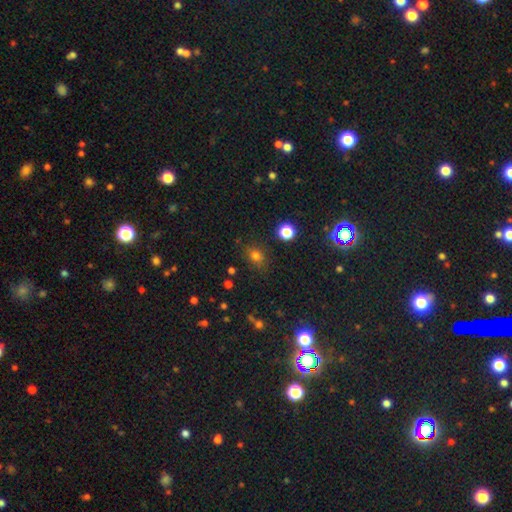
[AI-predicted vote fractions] Smooth or featured?
  - smooth: 74% *
  - star or artifact: 19%
  - featured or disk: 7%
How rounded?
  - round: 51% *
  - in between: 47%
  - cigar-shaped: 2%
Merging?
  - none: 79% *
  - minor disturbance: 14%
  - major disturbance: 4%
  - merger: 3%